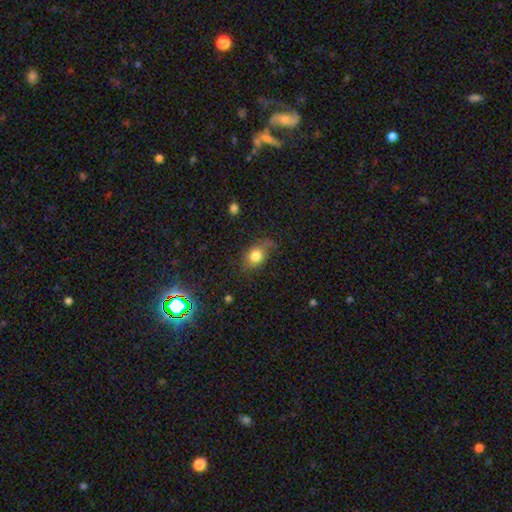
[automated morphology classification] Smooth or featured: smooth — 75% (featured or disk — 14%)
How rounded: in between — 64% (round — 34%)
Merging: none — 62% (minor disturbance — 26%)